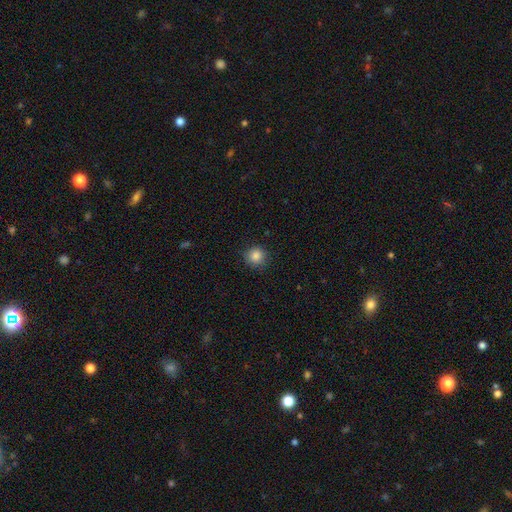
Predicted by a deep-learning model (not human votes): This appears to be a smooth galaxy with no disk features (86%) that is round (93%). Merging: none (87%).